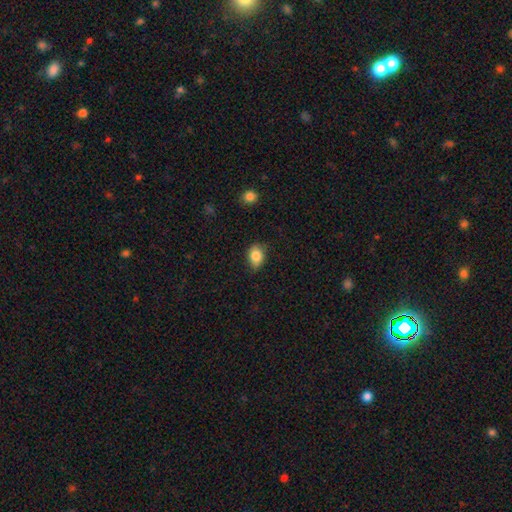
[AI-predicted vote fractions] smooth-or-featured: smooth: 83% | star or artifact: 9% | featured or disk: 8%
  how-rounded: in between: 69% | round: 30% | cigar-shaped: 1%
  merging: none: 73% | minor disturbance: 21% | major disturbance: 4% | merger: 1%